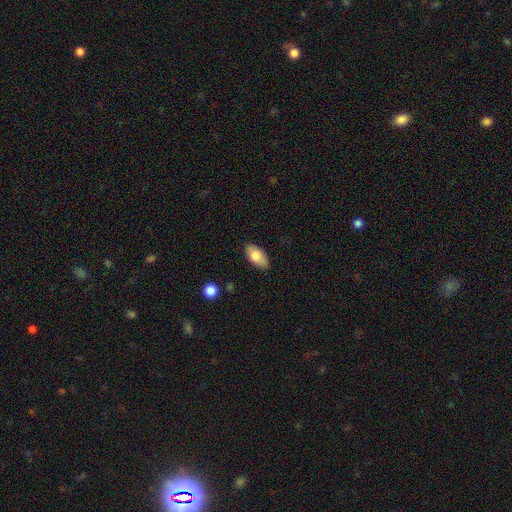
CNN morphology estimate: Smooth or featured? smooth (78%)
How rounded? in between (93%)
Merging? none (85%)